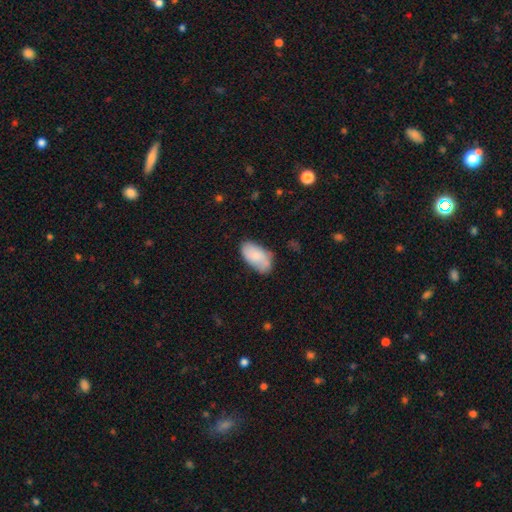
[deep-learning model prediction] Q: Smooth or featured?
A: smooth (81%); runner-up: featured or disk (13%)
Q: How rounded?
A: in between (95%); runner-up: round (3%)
Q: Merging?
A: none (65%); runner-up: minor disturbance (25%)